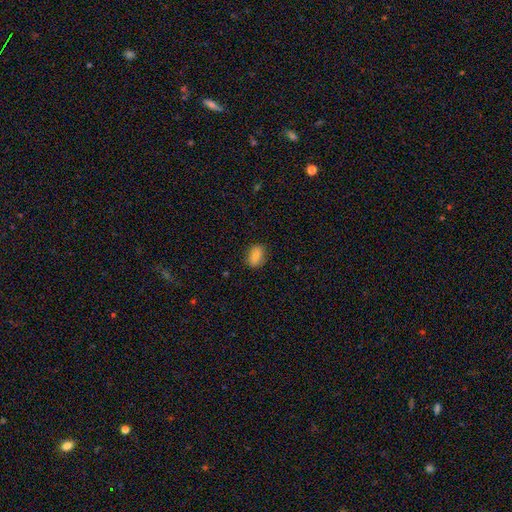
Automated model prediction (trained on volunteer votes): smooth 79%, featured or disk 12%, star or artifact 9%. Down the decision tree: how rounded — in between (73%); merging — none (85%).